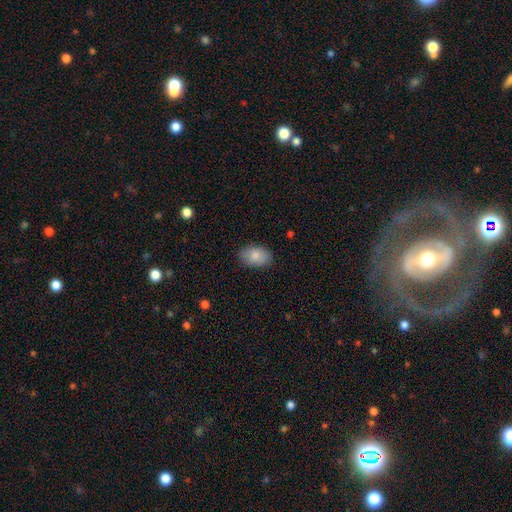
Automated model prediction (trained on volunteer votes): Smooth or featured? smooth (85%)
How rounded? in between (86%)
Merging? none (84%)